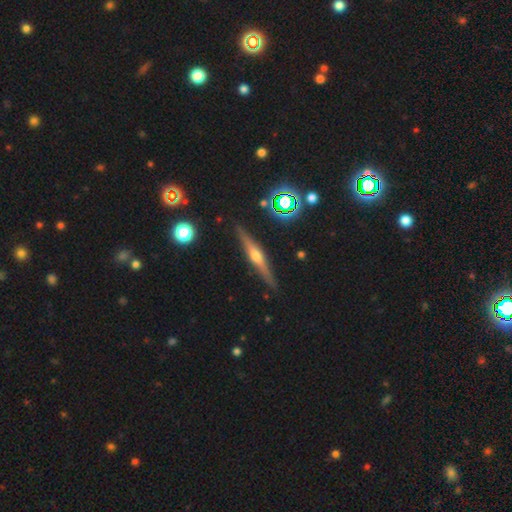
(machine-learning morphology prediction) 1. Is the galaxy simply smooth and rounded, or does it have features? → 73% featured or disk, 18% smooth, 9% star or artifact.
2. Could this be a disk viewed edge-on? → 97% yes, 3% no.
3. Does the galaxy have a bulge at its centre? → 87% rounded, 8% boxy, 6% none.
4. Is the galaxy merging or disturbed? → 90% none, 7% minor disturbance, 2% major disturbance, 1% merger.